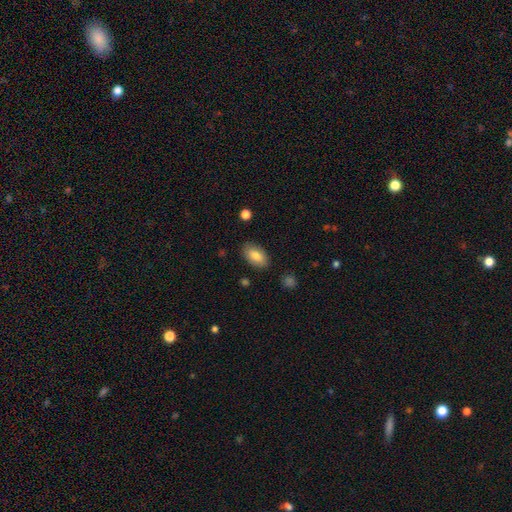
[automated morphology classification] Smooth or featured?
  - smooth: 83% *
  - featured or disk: 10%
  - star or artifact: 7%
How rounded?
  - in between: 93% *
  - round: 5%
  - cigar-shaped: 2%
Merging?
  - none: 85% *
  - minor disturbance: 11%
  - major disturbance: 3%
  - merger: 1%